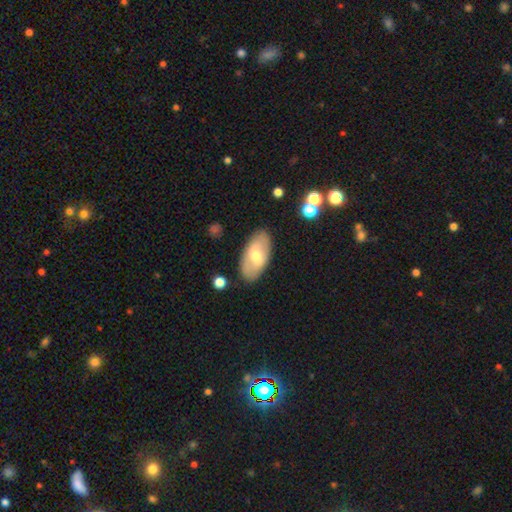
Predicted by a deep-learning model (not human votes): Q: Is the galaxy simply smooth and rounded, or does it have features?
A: smooth — 49%.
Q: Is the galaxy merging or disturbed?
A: none — 85%.